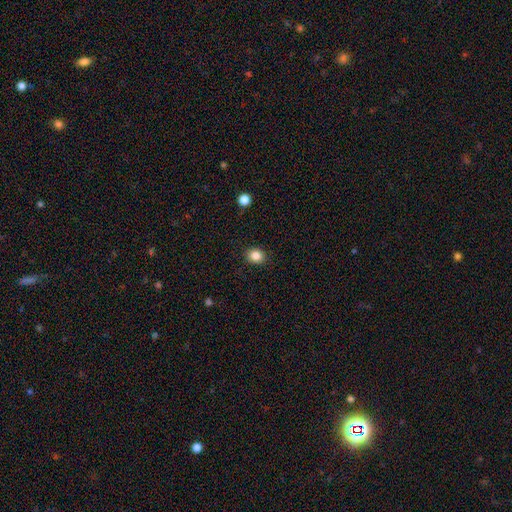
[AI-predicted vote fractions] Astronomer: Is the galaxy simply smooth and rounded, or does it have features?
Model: smooth — 85%.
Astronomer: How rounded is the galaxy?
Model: round — 67%.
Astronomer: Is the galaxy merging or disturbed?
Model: none — 90%.